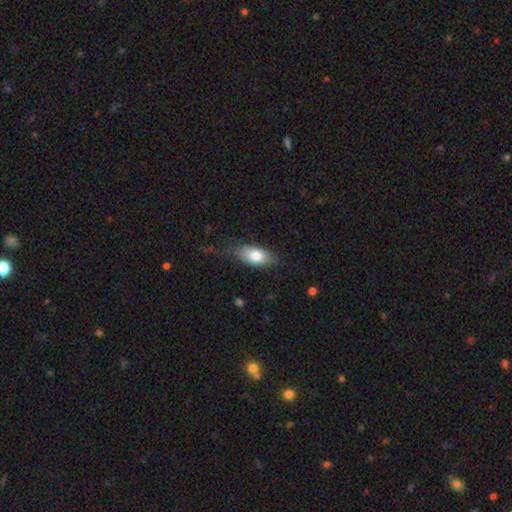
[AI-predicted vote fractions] Smooth or featured? smooth (80%)
How rounded? in between (89%)
Merging? none (68%)